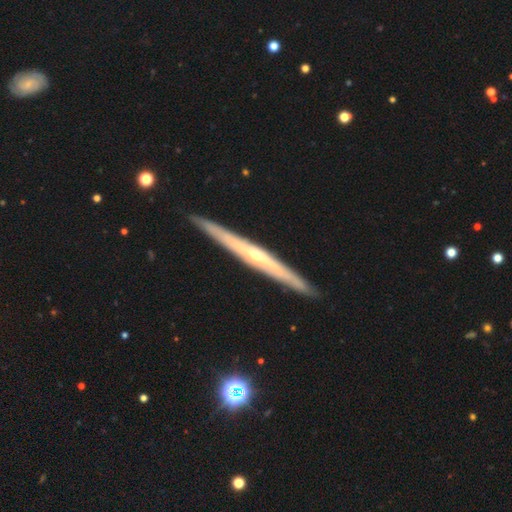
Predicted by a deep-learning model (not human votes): The model was most divided on "edge-on bulge": rounded: 62%, none: 34%, boxy: 4%. More confident: edge-on disk — yes (95%); merging — none (91%); smooth or featured — featured or disk (77%).